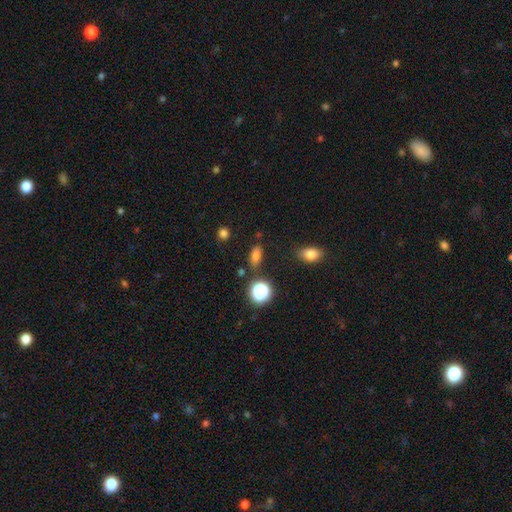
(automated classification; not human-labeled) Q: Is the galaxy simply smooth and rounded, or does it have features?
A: smooth — 78%.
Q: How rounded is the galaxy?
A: in between — 80%.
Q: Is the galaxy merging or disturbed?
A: none — 82%.